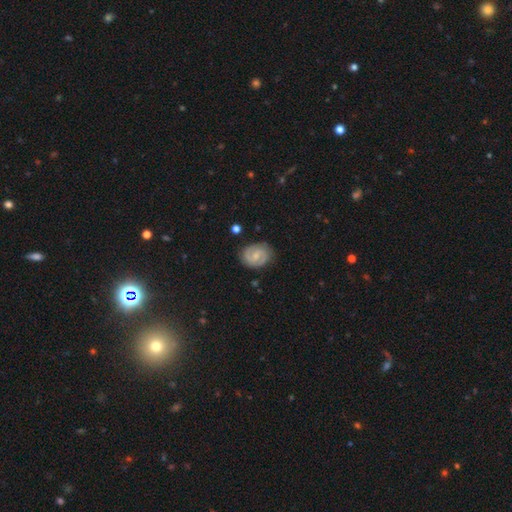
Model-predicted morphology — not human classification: This is likely a featured or disk galaxy (76%). It is clearly not viewed edge-on (98%). Bar: possibly weak (52%). Spiral arm pattern: clearly yes (94%). Spiral arm count: clearly 2 (87%). Spiral winding: possibly tight (45%). Central bulge: possibly small (54%). Merging: clearly none (81%).